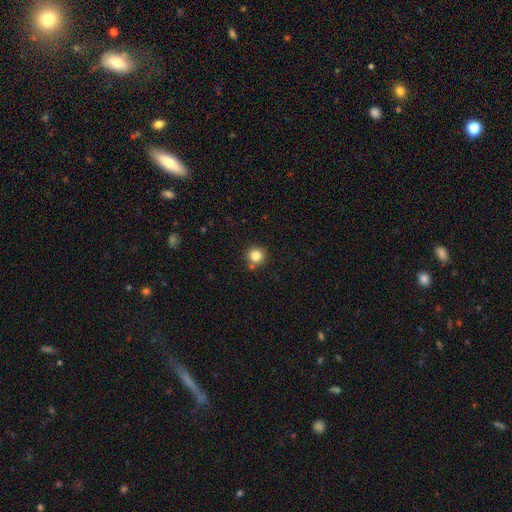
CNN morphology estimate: type=smooth (82%); roundness=round (94%); merging=none (81%).